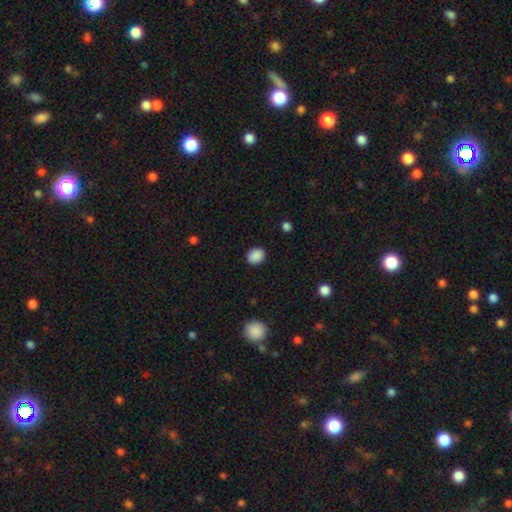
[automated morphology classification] The model was most divided on "how rounded": round: 60%, in between: 39%, cigar-shaped: 1%. More confident: smooth or featured — smooth (89%); merging — none (88%).